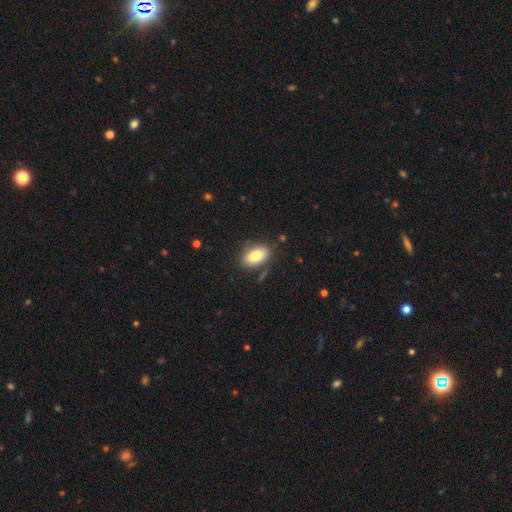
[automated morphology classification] Smooth or featured? Predicted: smooth (p=0.83). How rounded? Predicted: in between (p=0.91). Merging? Predicted: none (p=0.81).